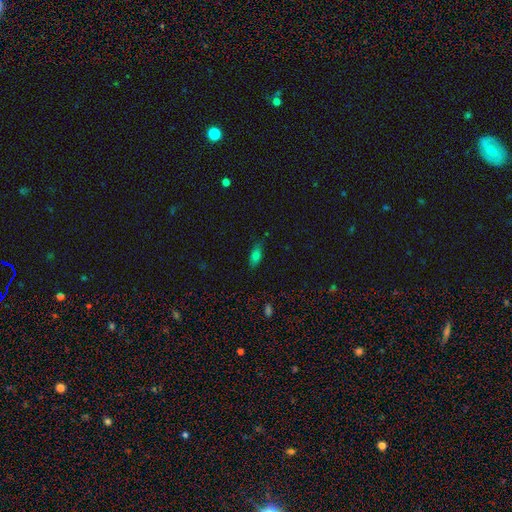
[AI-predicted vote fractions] Morphology: type=smooth (75%); roundness=in between (77%); merging=none (78%).